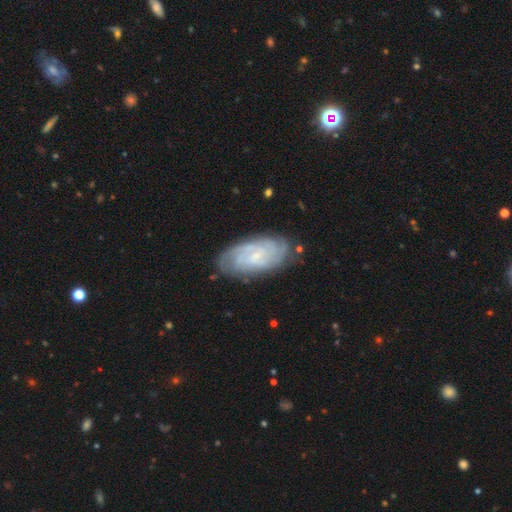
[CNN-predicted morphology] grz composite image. It shows a featured or disk galaxy (74%) with no bar (49%), tight (69%) spiral arms (93%) and a small central bulge (68%). Merging: none (78%).